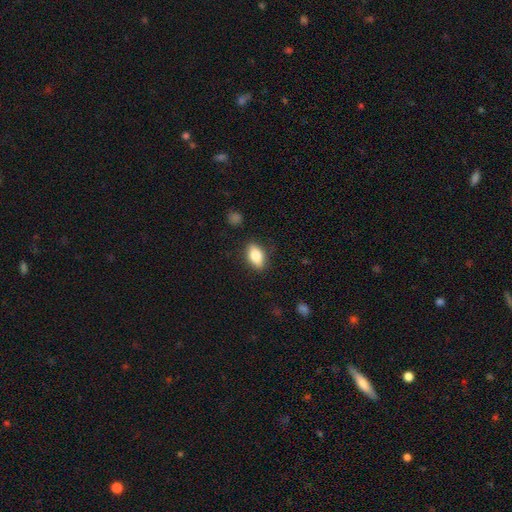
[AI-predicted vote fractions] Smooth or featured?
  - smooth: 81% *
  - featured or disk: 12%
  - star or artifact: 7%
How rounded?
  - in between: 87% *
  - round: 8%
  - cigar-shaped: 6%
Merging?
  - none: 86% *
  - minor disturbance: 11%
  - major disturbance: 3%
  - merger: 1%